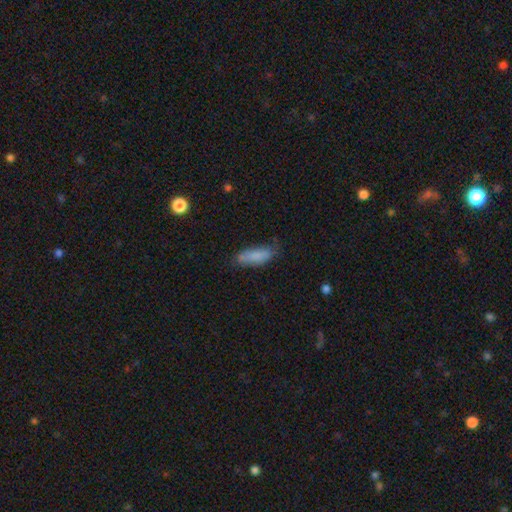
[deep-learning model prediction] Smooth or featured: smooth — 82% (featured or disk — 11%)
How rounded: in between — 61% (cigar-shaped — 37%)
Merging: none — 68% (minor disturbance — 24%)